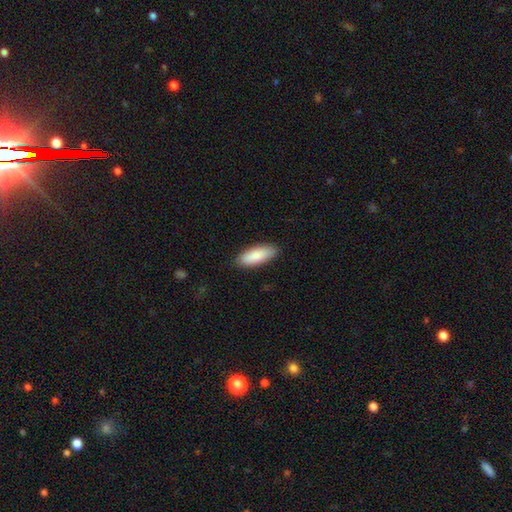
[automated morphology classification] Smooth or featured? smooth (87%)
How rounded? in between (71%)
Merging? none (87%)